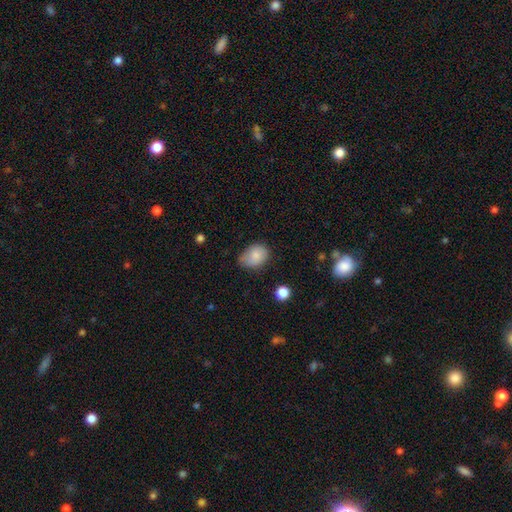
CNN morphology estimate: Smooth or featured? Predicted: smooth (p=0.82). How rounded? Predicted: in between (p=0.72). Merging? Predicted: none (p=0.54).